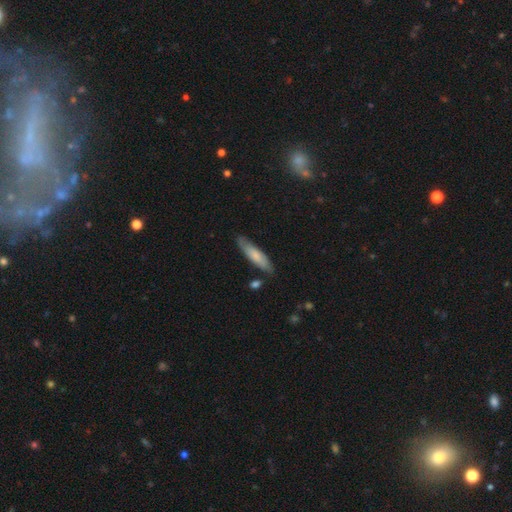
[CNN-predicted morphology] A smooth galaxy with no disk features (72%) that is cigar-shaped (71%). Merging: none (78%).